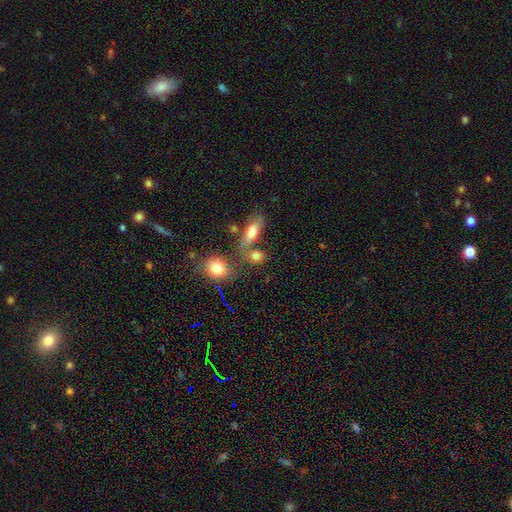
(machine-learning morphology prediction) Overall: smooth (75%). How rounded: in between (51%; round 41%). Merging: none (53%; merger 30%).